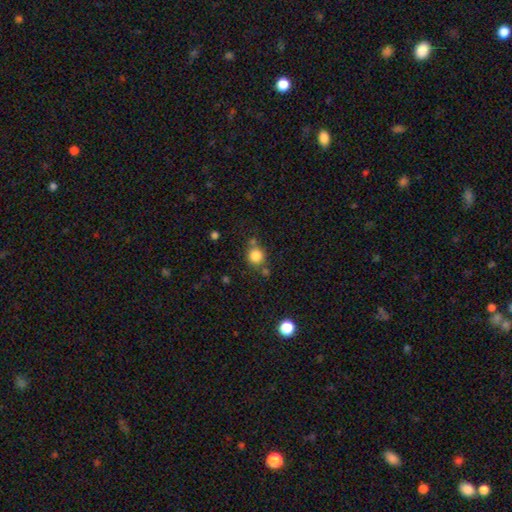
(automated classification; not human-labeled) smooth-or-featured: smooth: 83% | star or artifact: 11% | featured or disk: 6%
  how-rounded: round: 89% | in between: 10% | cigar-shaped: 1%
  merging: none: 68% | merger: 14% | minor disturbance: 13% | major disturbance: 4%